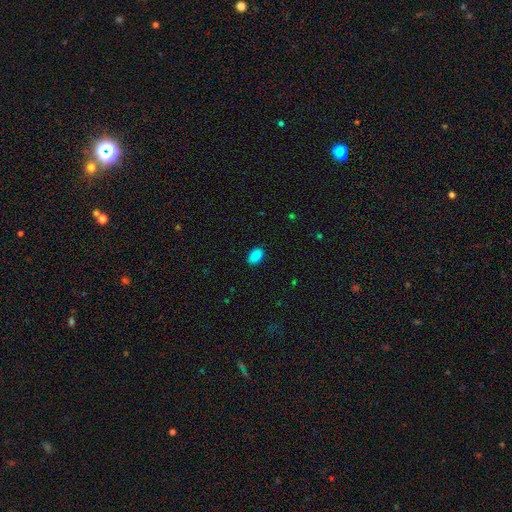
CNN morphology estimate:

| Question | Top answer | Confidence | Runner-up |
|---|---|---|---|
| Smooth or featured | smooth | 88% | star or artifact (9%) |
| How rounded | in between | 89% | round (10%) |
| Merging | none | 89% | minor disturbance (8%) |